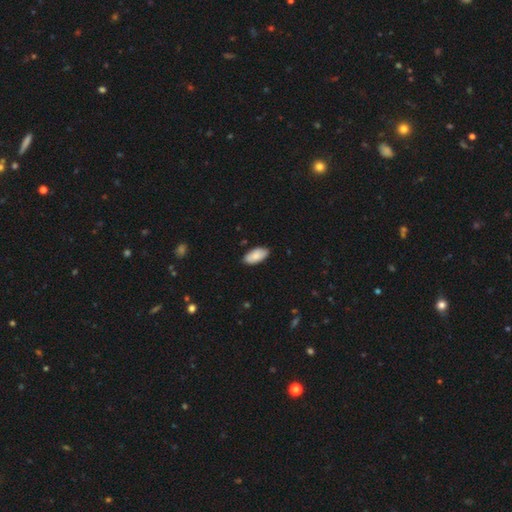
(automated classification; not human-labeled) A smooth galaxy with no disk features (85%) that is in between round and cigar-shaped (93%).

Vote fractions:
- Smooth or featured? smooth: 85% / featured or disk: 9% / star or artifact: 6%
- How rounded? in between: 93% / cigar-shaped: 5% / round: 2%
- Merging? none: 87% / minor disturbance: 10% / major disturbance: 2% / merger: 1%